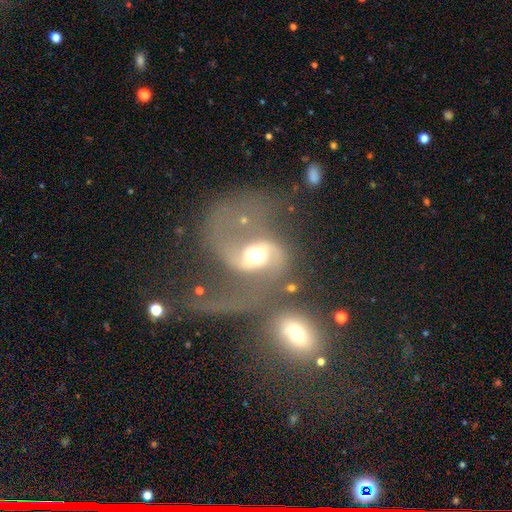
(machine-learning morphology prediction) This is clearly a featured or disk galaxy (80%). It is clearly not viewed edge-on (97%). Bar: marginally weak (40%). Spiral arm pattern: clearly yes (91%). Spiral arm count: clearly 2 (81%). Spiral winding: likely loose (60%). Central bulge: possibly moderate (59%). Merging: marginally merger (40%).